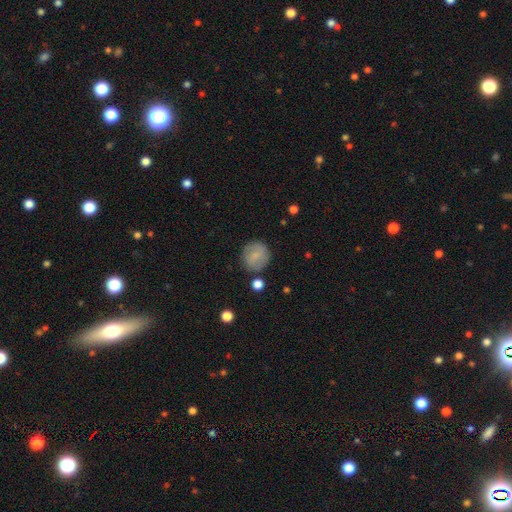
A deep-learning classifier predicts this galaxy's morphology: The model was most divided on "smooth or featured": smooth: 74%, featured or disk: 18%, star or artifact: 8%. More confident: how rounded — round (88%); merging — none (81%).